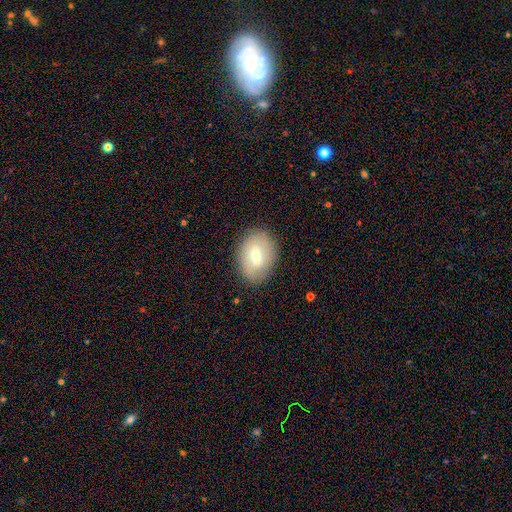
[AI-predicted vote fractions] This is possibly a smooth galaxy (53%). How rounded: likely in between (75%). Merging: clearly none (84%).